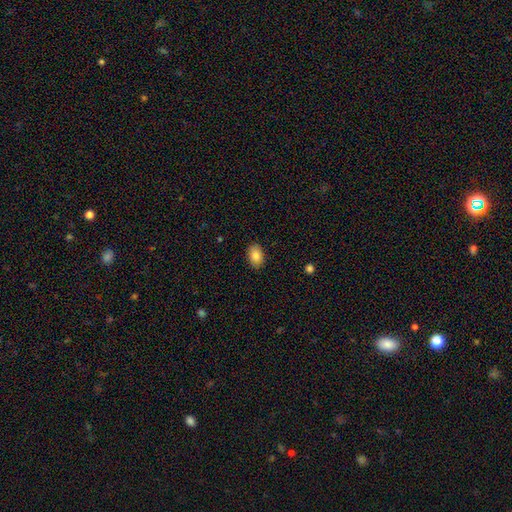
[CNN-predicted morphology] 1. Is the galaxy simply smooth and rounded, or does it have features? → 85% smooth, 8% featured or disk, 8% star or artifact.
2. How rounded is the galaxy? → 86% in between, 13% round, 1% cigar-shaped.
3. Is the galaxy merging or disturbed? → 88% none, 9% minor disturbance, 2% major disturbance, 1% merger.